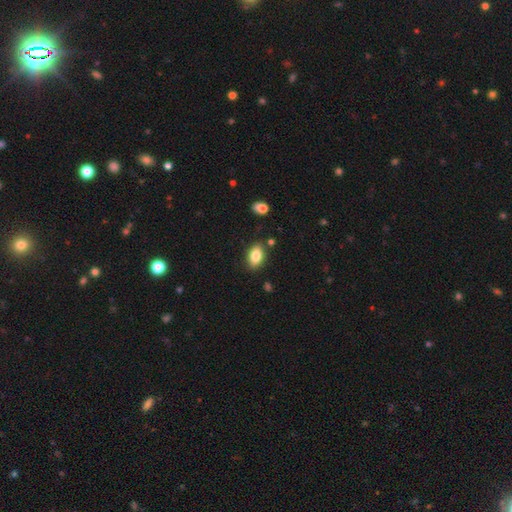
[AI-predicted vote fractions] A smooth galaxy with no disk features (84%) that is in between round and cigar-shaped (89%).

Vote fractions:
- Smooth or featured? smooth: 84% / featured or disk: 8% / star or artifact: 8%
- How rounded? in between: 89% / round: 9% / cigar-shaped: 2%
- Merging? none: 83% / minor disturbance: 12% / merger: 3% / major disturbance: 3%